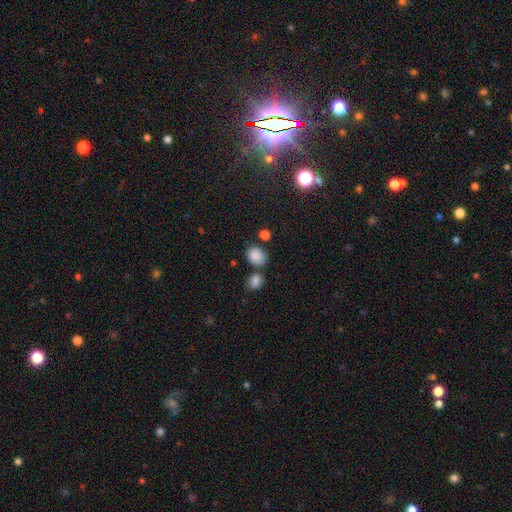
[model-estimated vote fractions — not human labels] smooth-or-featured: smooth: 86% | star or artifact: 10% | featured or disk: 4%
  how-rounded: in between: 55% | round: 44% | cigar-shaped: 1%
  merging: none: 65% | merger: 15% | minor disturbance: 15% | major disturbance: 5%